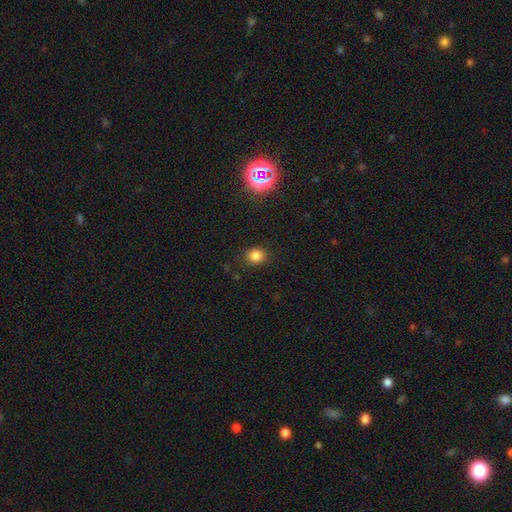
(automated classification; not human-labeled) Smooth or featured: smooth — 81% (star or artifact — 14%)
How rounded: round — 75% (in between — 24%)
Merging: none — 88% (minor disturbance — 8%)